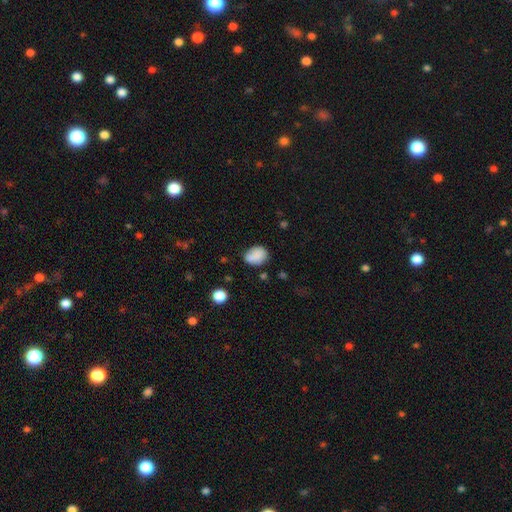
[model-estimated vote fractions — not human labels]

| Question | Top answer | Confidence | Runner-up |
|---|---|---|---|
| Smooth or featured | smooth | 80% | featured or disk (11%) |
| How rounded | in between | 60% | round (39%) |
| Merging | none | 60% | minor disturbance (25%) |